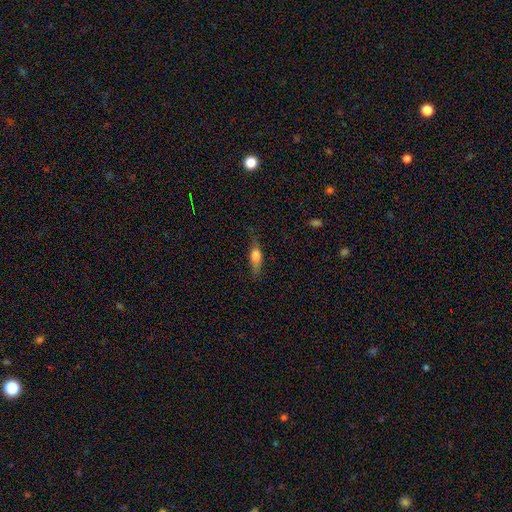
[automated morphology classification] A smooth galaxy with no disk features (63%) that is in between round and cigar-shaped (51%).

Vote fractions:
- Smooth or featured? smooth: 63% / featured or disk: 28% / star or artifact: 8%
- How rounded? in between: 51% / cigar-shaped: 44% / round: 5%
- Merging? none: 67% / minor disturbance: 24% / major disturbance: 7% / merger: 2%